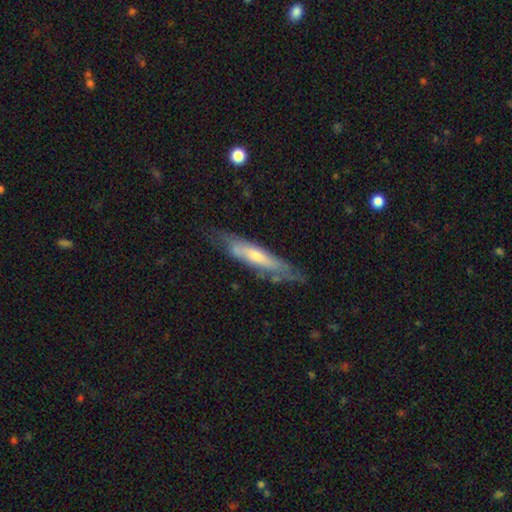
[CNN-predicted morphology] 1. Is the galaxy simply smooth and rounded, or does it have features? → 59% featured or disk, 35% smooth, 6% star or artifact.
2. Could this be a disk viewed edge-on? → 63% yes, 37% no.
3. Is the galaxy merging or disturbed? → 68% none, 22% minor disturbance, 7% major disturbance, 3% merger.